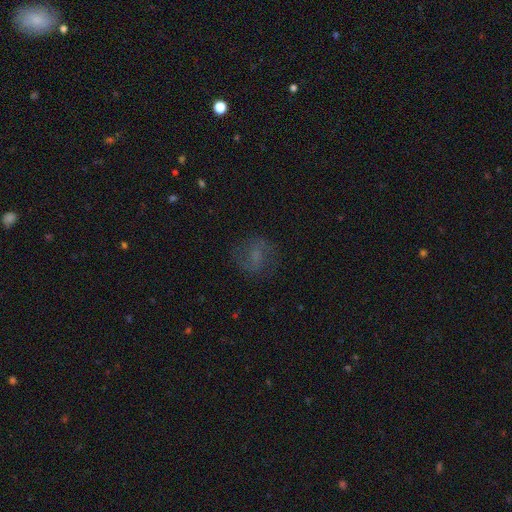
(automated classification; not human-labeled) featured or disk 46%, smooth 36%, star or artifact 18%. Down the decision tree: merging — none (76%).